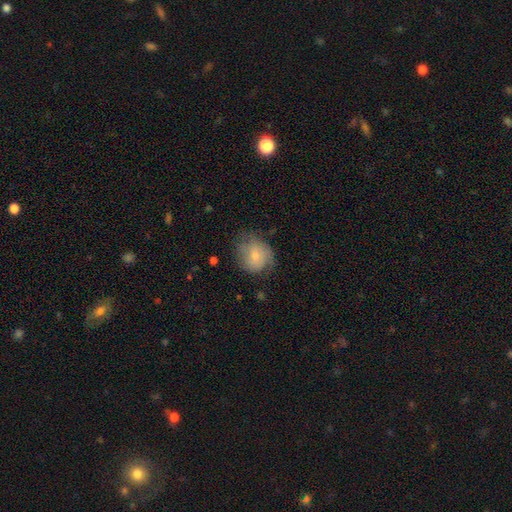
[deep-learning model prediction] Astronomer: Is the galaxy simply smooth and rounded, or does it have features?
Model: smooth — 68%.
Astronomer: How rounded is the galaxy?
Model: round — 76%.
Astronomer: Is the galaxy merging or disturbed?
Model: none — 58%.